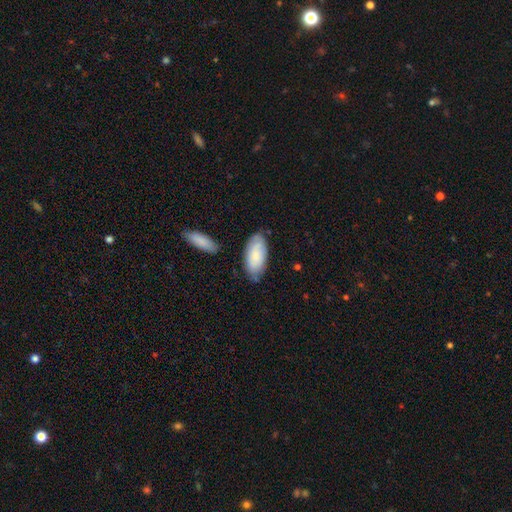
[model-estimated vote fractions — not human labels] A smooth galaxy with no disk features (75%) that is in between round and cigar-shaped (93%).

Vote fractions:
- Smooth or featured? smooth: 75% / featured or disk: 19% / star or artifact: 6%
- How rounded? in between: 93% / cigar-shaped: 5% / round: 2%
- Merging? none: 73% / minor disturbance: 19% / merger: 4% / major disturbance: 4%